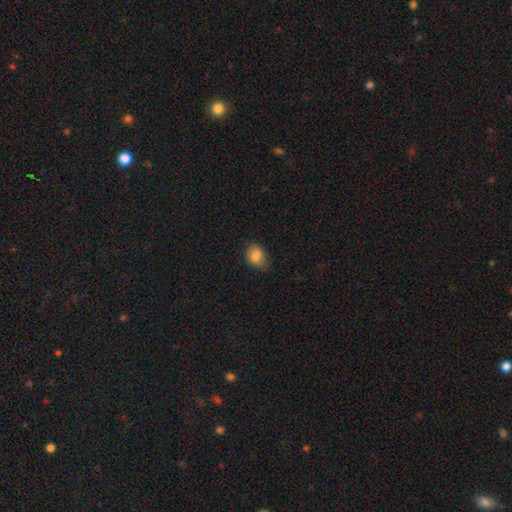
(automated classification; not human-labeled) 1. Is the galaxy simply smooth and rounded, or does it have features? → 83% smooth, 8% star or artifact, 8% featured or disk.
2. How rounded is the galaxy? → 68% in between, 30% round, 1% cigar-shaped.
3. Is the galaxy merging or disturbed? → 69% none, 25% minor disturbance, 5% major disturbance, 1% merger.